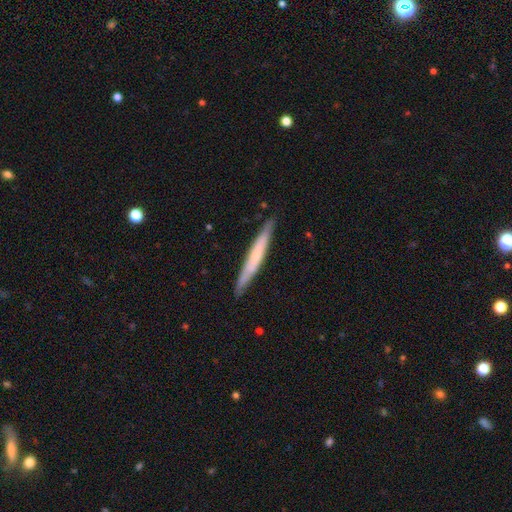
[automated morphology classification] type=smooth (49%); merging=none (86%).